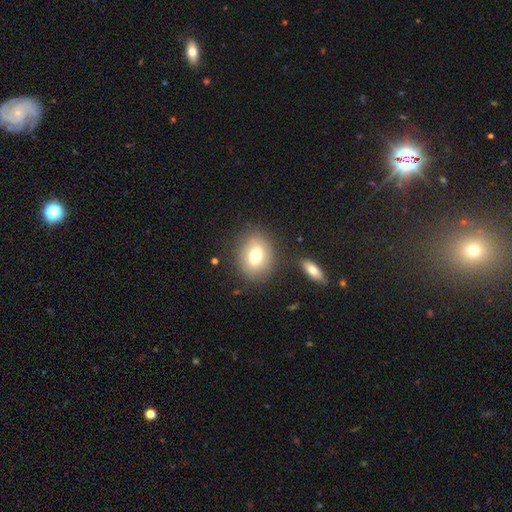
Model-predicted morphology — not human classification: This is likely a smooth galaxy (69%). How rounded: possibly in between (57%). Merging: likely none (77%).